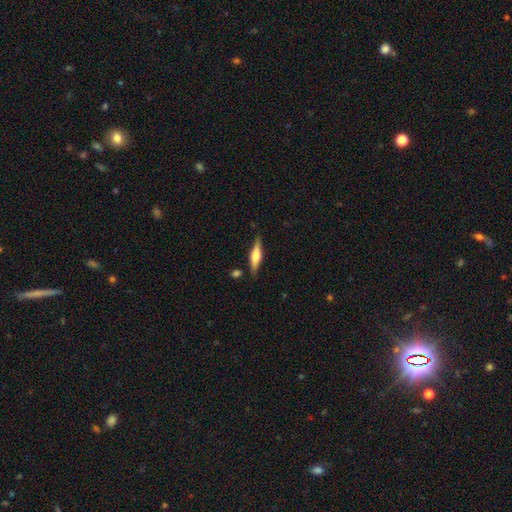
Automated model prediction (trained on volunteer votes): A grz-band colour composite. It shows a featured or disk galaxy (52%) viewed edge-on (94%). Merging: none (83%).